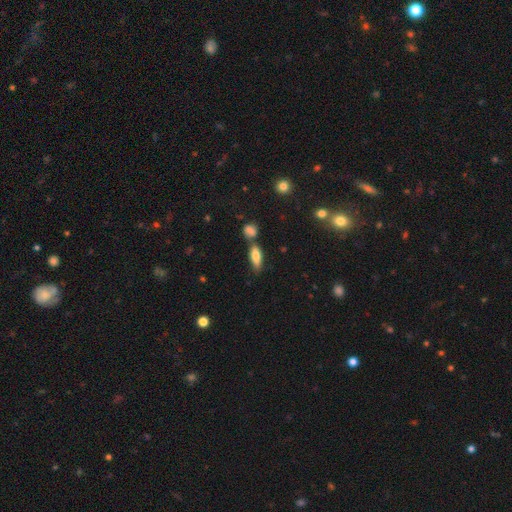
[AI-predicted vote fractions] Smooth or featured? smooth (77%)
How rounded? in between (63%)
Merging? none (59%)